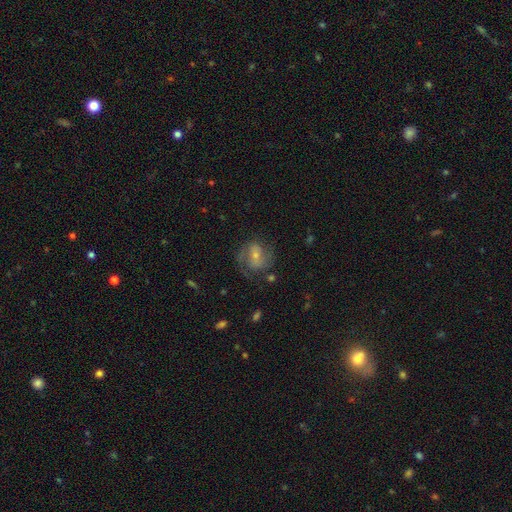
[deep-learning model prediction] smooth-or-featured: featured or disk: 65% | smooth: 27% | star or artifact: 8%
  disk-edge-on: no: 97% | yes: 3%
    bar: weak: 40% (tied) | no: 40% (tied) | strong: 20%
    has-spiral-arms: yes: 85% | no: 15%
      spiral-winding: medium: 50% | tight: 25% | loose: 25%
      spiral-arm-count: 2: 75% | can't tell: 12% | 1: 6% | 3: 4% | 4: 1% | more than 4: 1%
    bulge-size: small: 57% | moderate: 33% | none: 4% | large: 4% | dominant: 1%
  merging: none: 61% | minor disturbance: 19% | major disturbance: 17% | merger: 3%